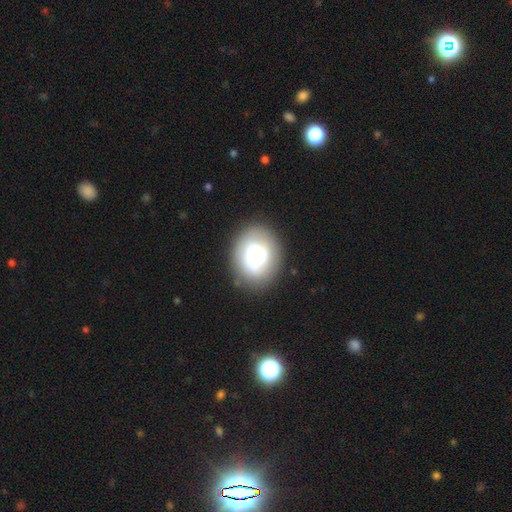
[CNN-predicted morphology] type=smooth (68%); roundness=round (59%); merging=none (69%).